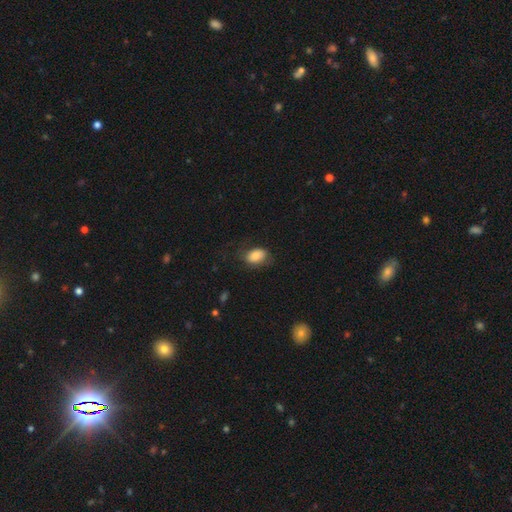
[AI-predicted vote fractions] Q: Smooth or featured?
A: smooth (80%); runner-up: featured or disk (13%)
Q: How rounded?
A: in between (84%); runner-up: round (14%)
Q: Merging?
A: none (64%); runner-up: minor disturbance (22%)